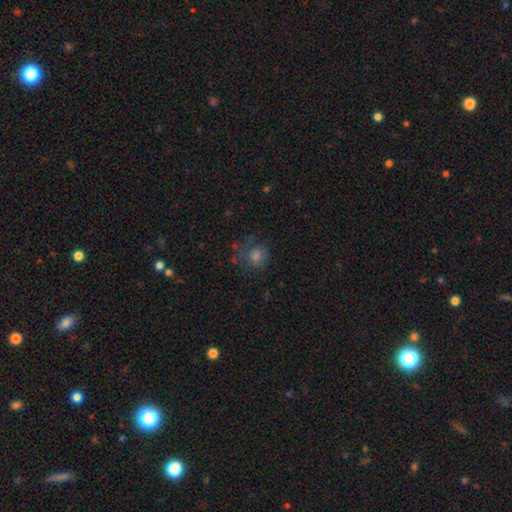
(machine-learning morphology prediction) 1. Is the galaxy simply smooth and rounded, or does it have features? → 63% smooth, 21% star or artifact, 16% featured or disk.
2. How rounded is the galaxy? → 79% round, 20% in between, 1% cigar-shaped.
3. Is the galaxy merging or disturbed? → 62% none, 20% minor disturbance, 15% major disturbance, 3% merger.